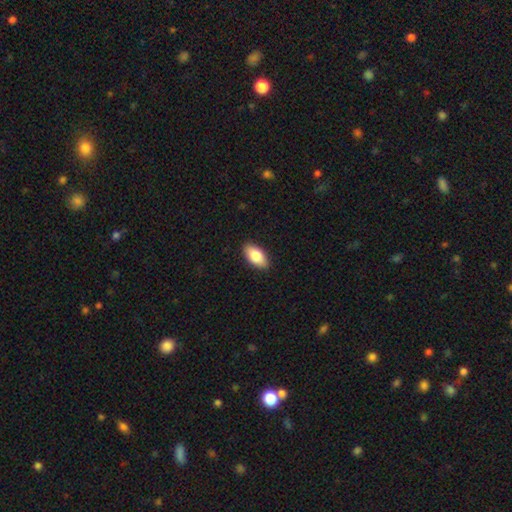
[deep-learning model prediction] Smooth or featured?
  - smooth: 82% *
  - featured or disk: 12%
  - star or artifact: 6%
How rounded?
  - in between: 92% *
  - cigar-shaped: 4%
  - round: 3%
Merging?
  - none: 89% *
  - minor disturbance: 8%
  - major disturbance: 2%
  - merger: 1%